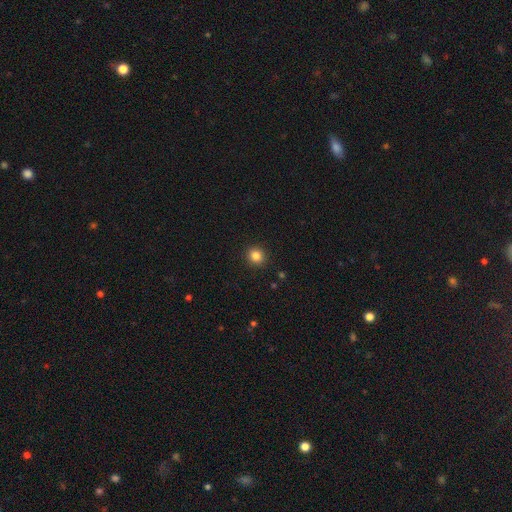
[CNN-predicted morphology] type=smooth (84%); roundness=round (91%); merging=none (92%).